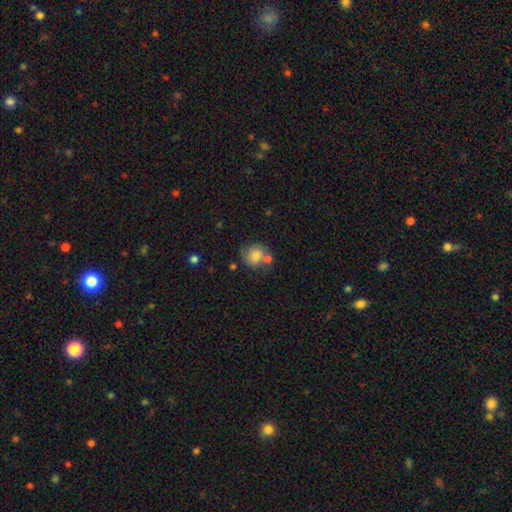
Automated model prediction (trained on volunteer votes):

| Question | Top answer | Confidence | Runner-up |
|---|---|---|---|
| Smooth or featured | smooth | 74% | featured or disk (18%) |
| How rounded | round | 80% | in between (19%) |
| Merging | none | 46% | merger (28%) |